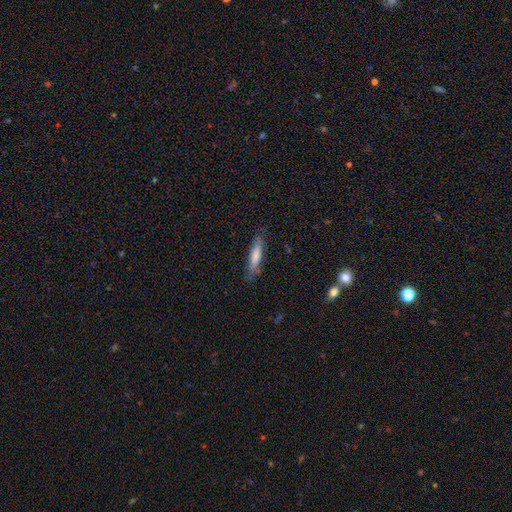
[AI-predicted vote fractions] Smooth or featured? Predicted: smooth (p=0.75). How rounded? Predicted: cigar-shaped (p=0.79). Merging? Predicted: none (p=0.76).